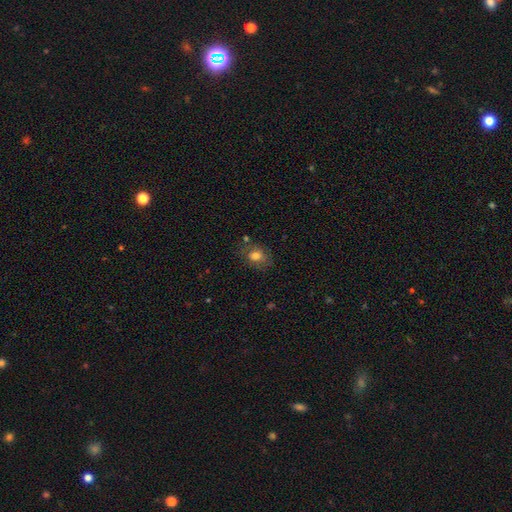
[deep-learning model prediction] Smooth or featured?
  - smooth: 73% *
  - featured or disk: 16%
  - star or artifact: 11%
How rounded?
  - in between: 56% *
  - round: 43%
  - cigar-shaped: 1%
Merging?
  - none: 70% *
  - minor disturbance: 19%
  - major disturbance: 7%
  - merger: 4%